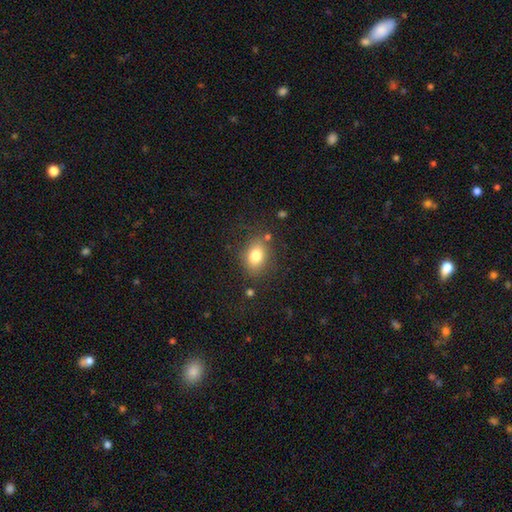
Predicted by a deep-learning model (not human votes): smooth-or-featured: smooth: 79% | featured or disk: 10% | star or artifact: 10%
  how-rounded: in between: 67% | round: 32% | cigar-shaped: 1%
  merging: none: 77% | minor disturbance: 14% | major disturbance: 5% | merger: 4%